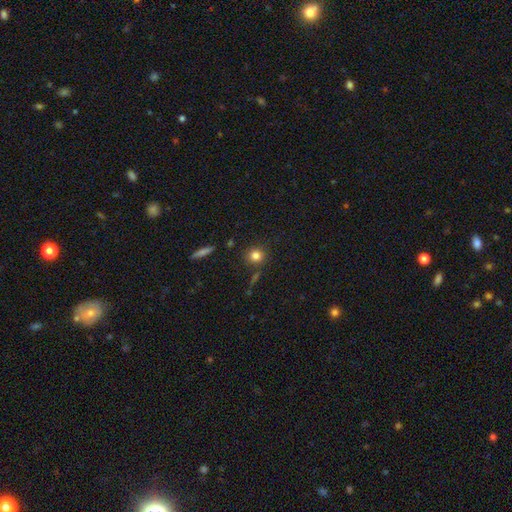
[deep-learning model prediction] smooth_or_featured: smooth (p=0.81) [alt: star or artifact p=0.11]
how_rounded: round (p=0.88) [alt: in between p=0.10]
merging: none (p=0.84) [alt: minor disturbance p=0.09]